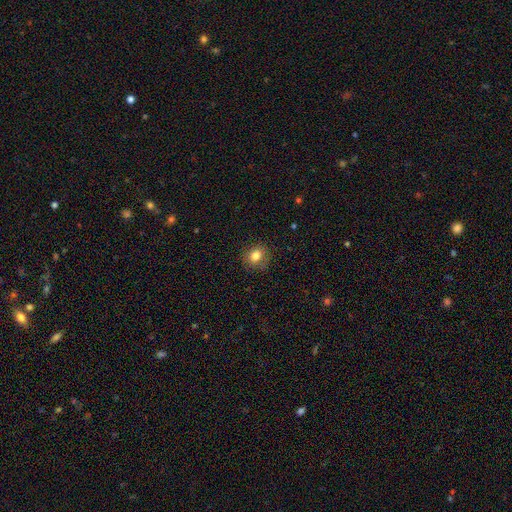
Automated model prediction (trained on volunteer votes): The model was most divided on "how rounded": round: 65%, in between: 34%, cigar-shaped: 1%. More confident: merging — none (83%); smooth or featured — smooth (81%).